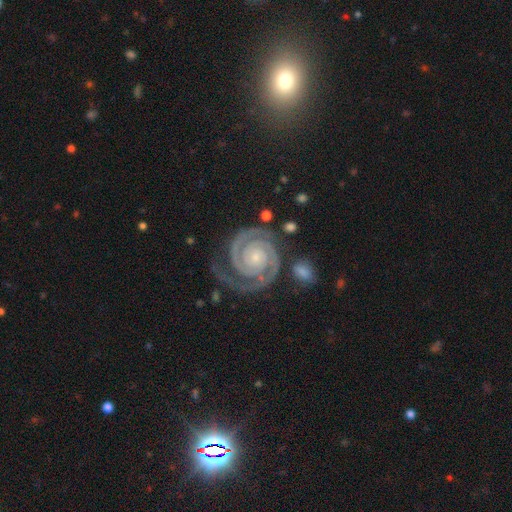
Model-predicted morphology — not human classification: Smooth or featured? featured or disk (93%)
Edge-on disk? no (98%)
Bar? no (75%)
Spiral arms? yes (99%)
Spiral winding? tight (83%)
Spiral arm count? 2 (90%)
Bulge size? small (73%)
Merging? none (76%)